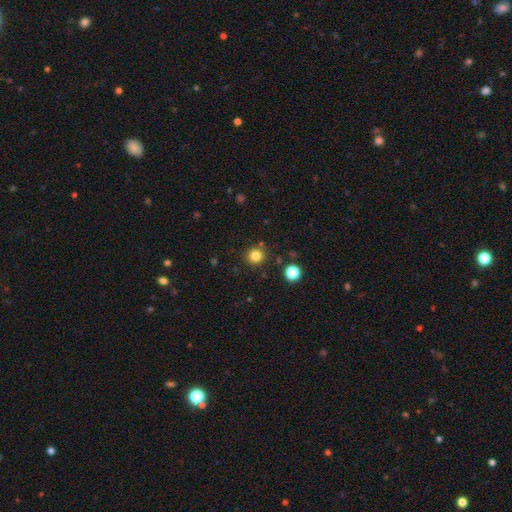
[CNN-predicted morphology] Smooth or featured?
  - smooth: 82% *
  - star or artifact: 13%
  - featured or disk: 5%
How rounded?
  - round: 92% *
  - in between: 7%
  - cigar-shaped: 1%
Merging?
  - none: 89% *
  - minor disturbance: 6%
  - merger: 3%
  - major disturbance: 2%